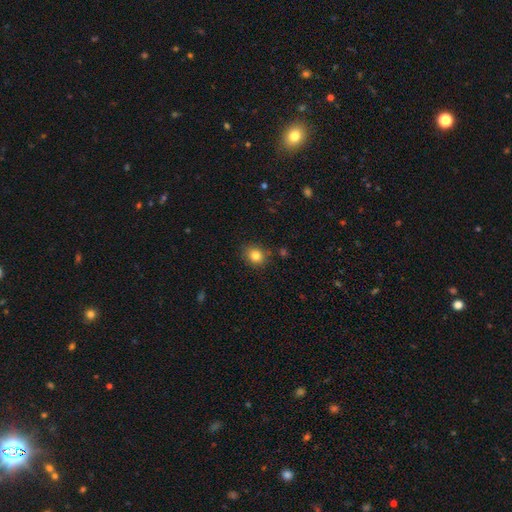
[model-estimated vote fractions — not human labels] Overall: smooth (82%). How rounded: round (74%). Merging: none (85%).